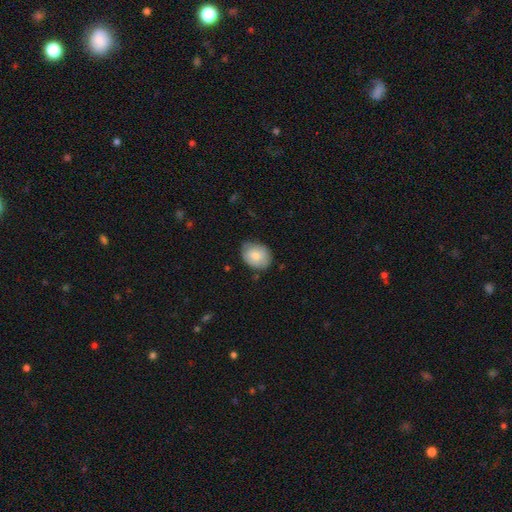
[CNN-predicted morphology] Smooth or featured?
  - smooth: 78% *
  - featured or disk: 15%
  - star or artifact: 7%
How rounded?
  - in between: 59% *
  - round: 40%
  - cigar-shaped: 1%
Merging?
  - none: 72% *
  - minor disturbance: 23%
  - major disturbance: 4%
  - merger: 2%